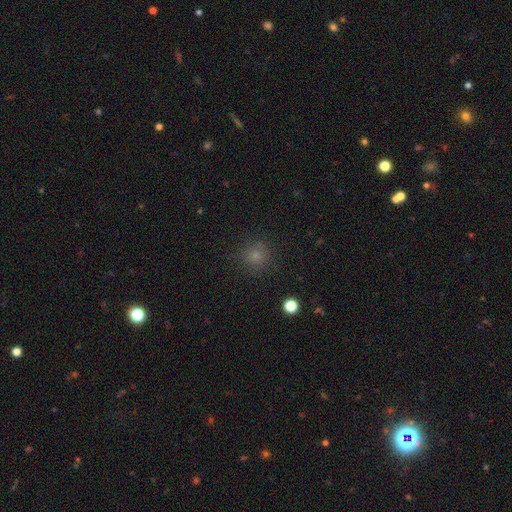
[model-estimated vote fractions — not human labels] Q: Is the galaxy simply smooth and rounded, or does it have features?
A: smooth — 75%.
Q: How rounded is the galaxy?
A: round — 93%.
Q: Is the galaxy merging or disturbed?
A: none — 87%.